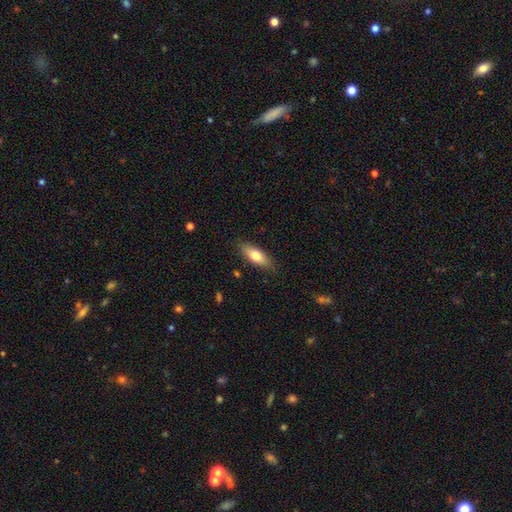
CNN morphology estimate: Smooth or featured? Predicted: smooth (p=0.72). How rounded? Predicted: in between (p=0.66). Merging? Predicted: none (p=0.85).